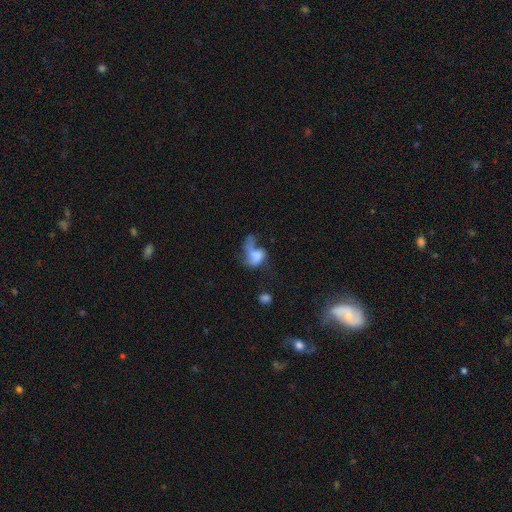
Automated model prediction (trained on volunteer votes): Overall: smooth (53%; featured or disk 36%). How rounded: in between (73%). Merging: major disturbance (52%; none 17%).